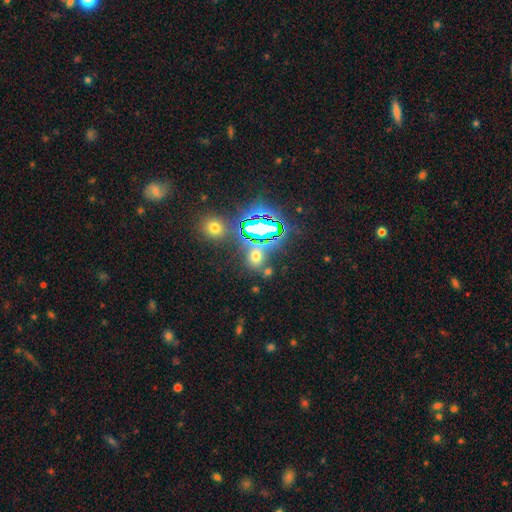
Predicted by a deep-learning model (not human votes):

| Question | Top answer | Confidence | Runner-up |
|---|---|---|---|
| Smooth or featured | star or artifact | 49% | smooth (42%) |